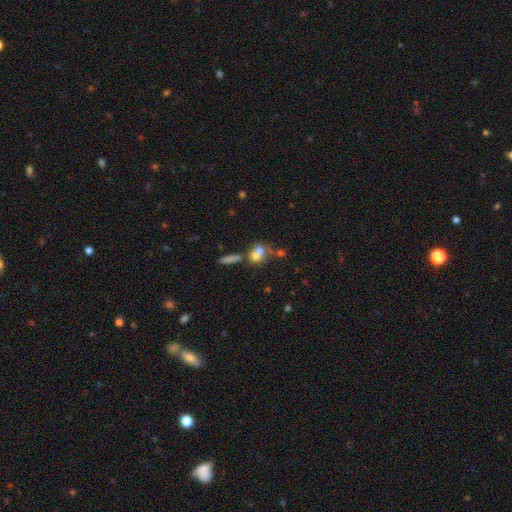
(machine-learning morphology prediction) This appears to be a smooth galaxy with no disk features (66%) that is round (53%). Merging: merger (55%).